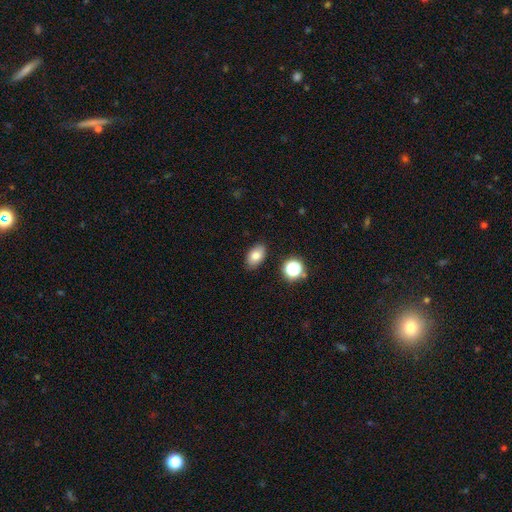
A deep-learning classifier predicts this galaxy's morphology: A smooth galaxy with no disk features (79%) that is in between round and cigar-shaped (89%). Merging: none (86%).